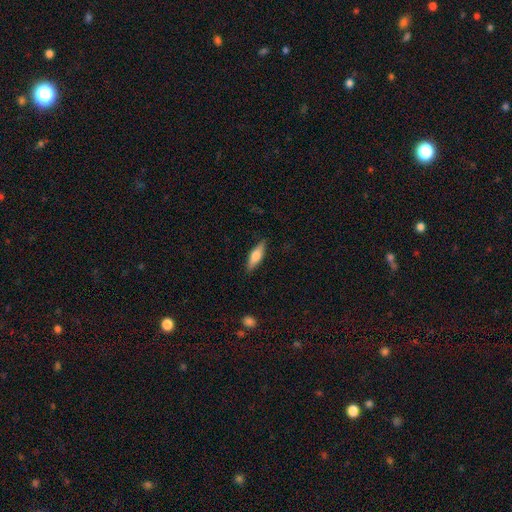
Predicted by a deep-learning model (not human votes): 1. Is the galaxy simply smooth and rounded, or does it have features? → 60% smooth, 34% featured or disk, 6% star or artifact.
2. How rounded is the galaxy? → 55% cigar-shaped, 42% in between, 2% round.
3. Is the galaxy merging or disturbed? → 86% none, 11% minor disturbance, 2% major disturbance, 1% merger.